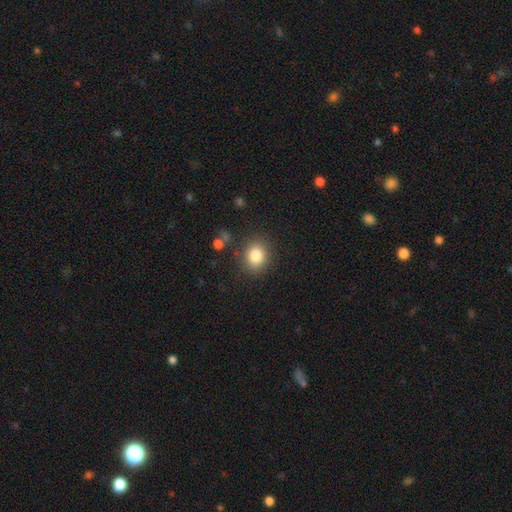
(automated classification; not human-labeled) Q: Smooth or featured?
A: smooth (84%); runner-up: star or artifact (10%)
Q: How rounded?
A: round (69%); runner-up: in between (31%)
Q: Merging?
A: none (86%); runner-up: minor disturbance (9%)